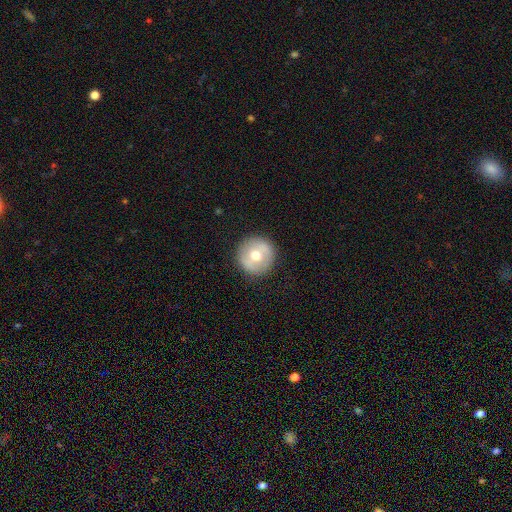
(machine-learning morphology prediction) This is possibly a smooth galaxy (58%). How rounded: clearly round (96%). Merging: clearly none (89%).